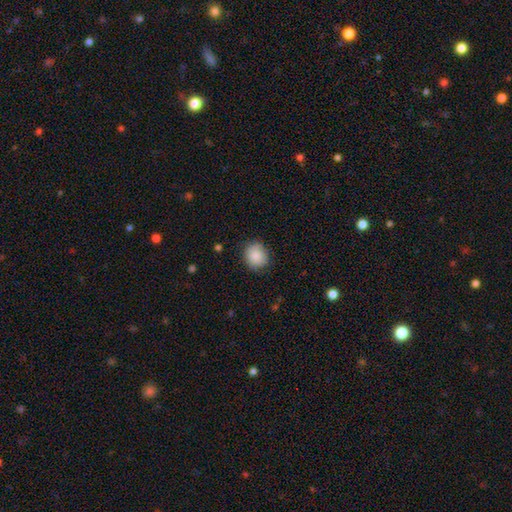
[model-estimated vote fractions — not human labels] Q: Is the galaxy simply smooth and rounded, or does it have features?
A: smooth — 85%.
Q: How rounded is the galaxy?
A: round — 81%.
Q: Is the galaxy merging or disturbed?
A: none — 82%.